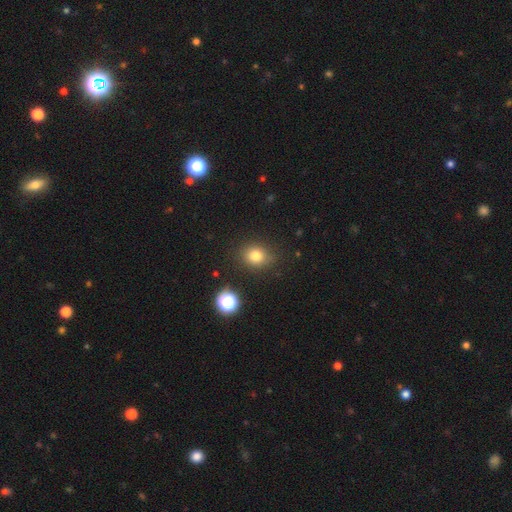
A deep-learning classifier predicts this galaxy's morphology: Smooth or featured: smooth — 78% (star or artifact — 15%)
How rounded: round — 68% (in between — 31%)
Merging: none — 84% (minor disturbance — 11%)